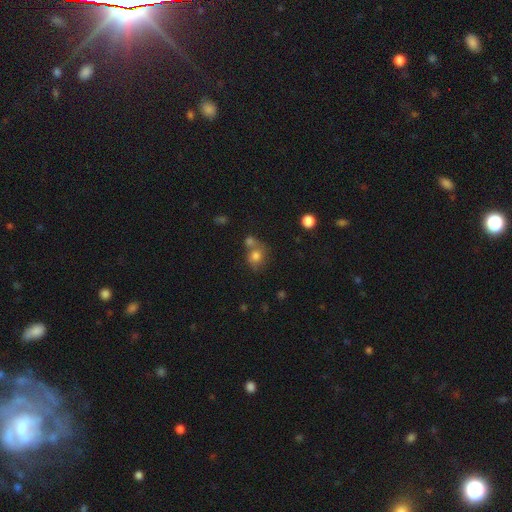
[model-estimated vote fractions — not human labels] Smooth or featured?
  - smooth: 76% *
  - star or artifact: 12%
  - featured or disk: 12%
How rounded?
  - round: 74% *
  - in between: 25%
  - cigar-shaped: 1%
Merging?
  - none: 45% *
  - merger: 35%
  - minor disturbance: 13%
  - major disturbance: 7%